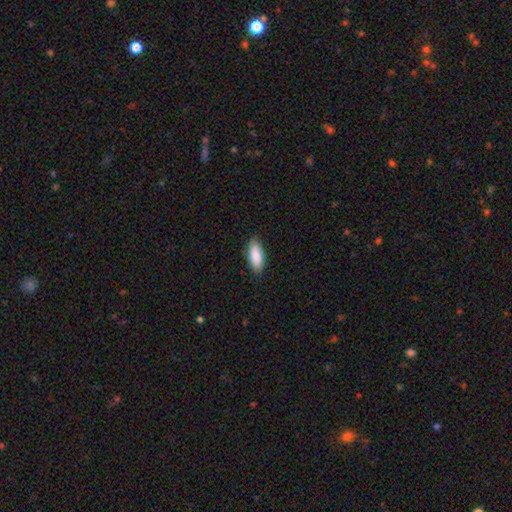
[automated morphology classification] The model was most divided on "how rounded": in between: 82%, cigar-shaped: 17%, round: 2%. More confident: smooth or featured — smooth (90%); merging — none (88%).